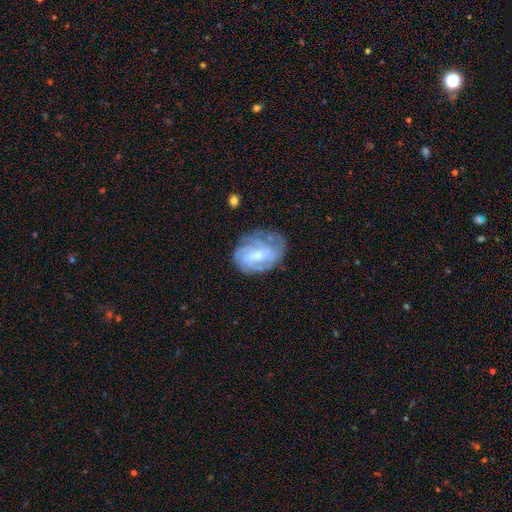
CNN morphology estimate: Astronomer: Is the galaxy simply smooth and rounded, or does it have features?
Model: featured or disk — 74%.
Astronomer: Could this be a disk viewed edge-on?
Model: no — 97%.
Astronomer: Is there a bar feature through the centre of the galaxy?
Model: weak — 49% (runner-up: no, 37%).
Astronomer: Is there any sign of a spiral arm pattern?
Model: yes — 85%.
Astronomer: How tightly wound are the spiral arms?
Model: tight — 51% (runner-up: medium, 35%).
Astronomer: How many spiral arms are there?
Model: can't tell — 42% (runner-up: 3, 19%).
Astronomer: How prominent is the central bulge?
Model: small — 54% (runner-up: moderate, 36%).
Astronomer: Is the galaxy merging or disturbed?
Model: none — 60%.